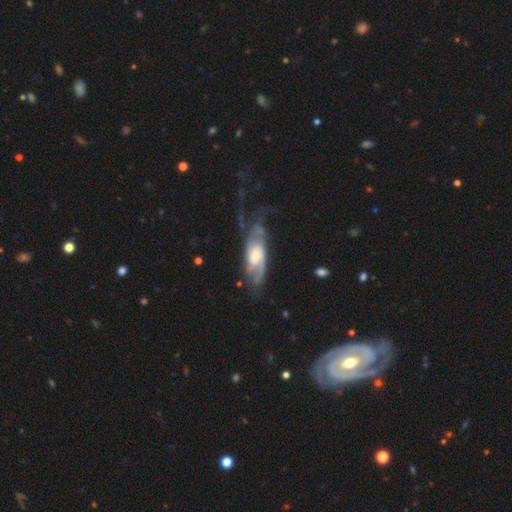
Overall: featured or disk (86%). Edge-on disk: no (90%). Bar: weak (46%; no 39%). Spiral arms: yes (100%). Spiral arm count: 2 (86%). Spiral winding: medium (64%; loose 25%). Bulge size: moderate (54%; large 29%). Merging: none (44%; major disturbance 35%).